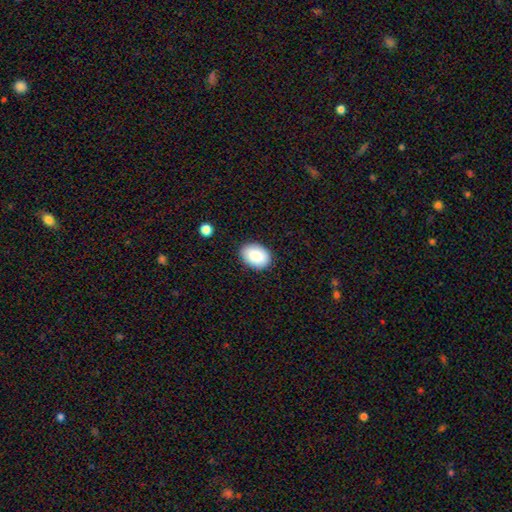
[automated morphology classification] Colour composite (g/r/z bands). It shows a smooth galaxy with no disk features (86%) that is in between round and cigar-shaped (79%). Merging: none (86%).